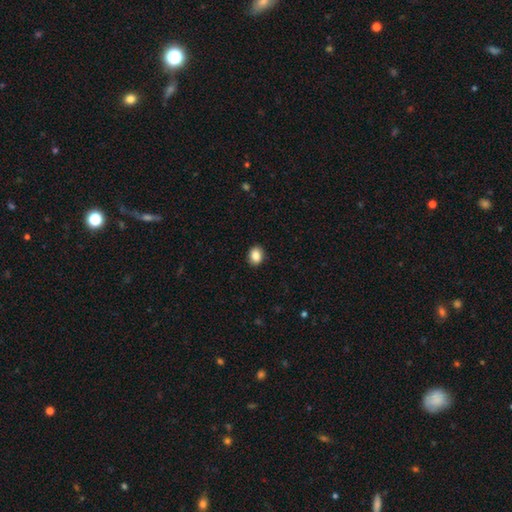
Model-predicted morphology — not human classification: smooth-or-featured: smooth: 87% | star or artifact: 8% | featured or disk: 5%
  how-rounded: in between: 51% | round: 48% | cigar-shaped: 1%
  merging: none: 91% | minor disturbance: 7% | major disturbance: 2% | merger: 1%